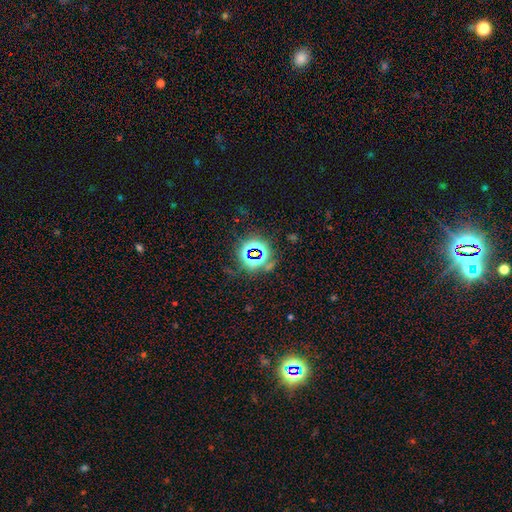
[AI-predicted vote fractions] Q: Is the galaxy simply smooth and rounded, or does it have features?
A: star or artifact — 75%.